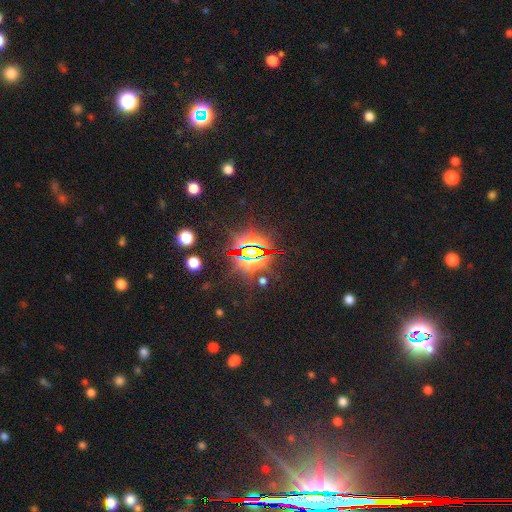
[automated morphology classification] A star or artifact, not a galaxy (84%).

Vote fractions:
- Smooth or featured? star or artifact: 84% / smooth: 8% / featured or disk: 8%